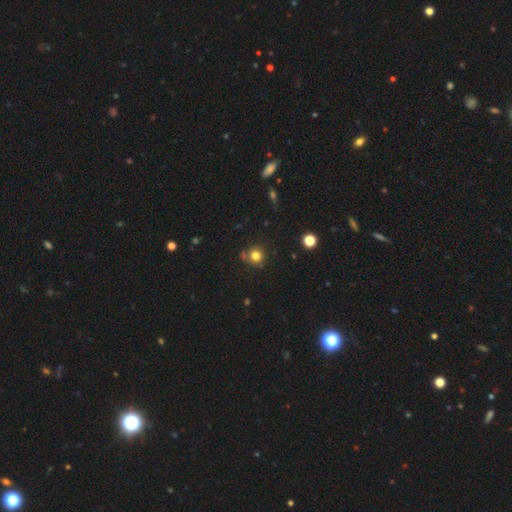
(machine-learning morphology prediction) Smooth or featured?
  - smooth: 78% *
  - star or artifact: 15%
  - featured or disk: 7%
How rounded?
  - round: 91% *
  - in between: 8%
  - cigar-shaped: 1%
Merging?
  - none: 73% *
  - minor disturbance: 14%
  - merger: 9%
  - major disturbance: 5%